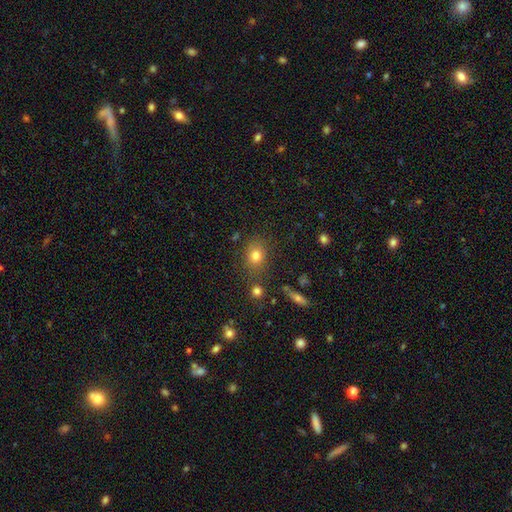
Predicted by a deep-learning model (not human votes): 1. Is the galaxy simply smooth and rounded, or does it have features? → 78% smooth, 14% star or artifact, 9% featured or disk.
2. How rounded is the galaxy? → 53% round, 45% in between, 1% cigar-shaped.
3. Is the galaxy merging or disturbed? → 74% none, 13% minor disturbance, 8% merger, 5% major disturbance.